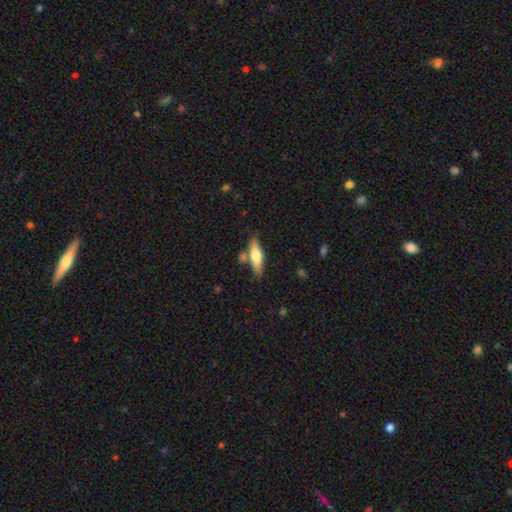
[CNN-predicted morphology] Smooth or featured? smooth (59%)
How rounded? cigar-shaped (60%)
Merging? none (73%)